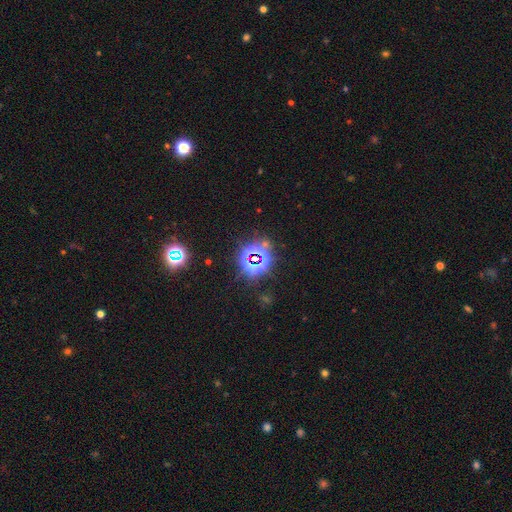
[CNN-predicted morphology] star or artifact 80%, smooth 12%, featured or disk 8%.